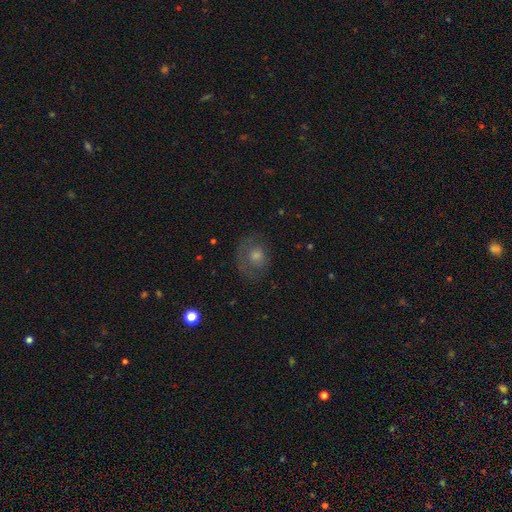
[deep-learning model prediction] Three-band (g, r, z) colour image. It shows a smooth galaxy with no disk features (46%). Merging: none (63%).